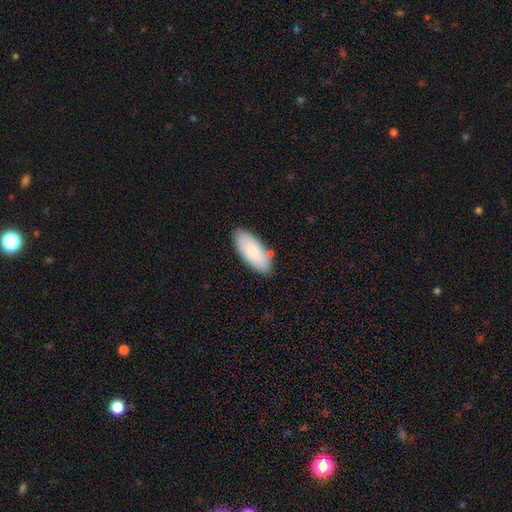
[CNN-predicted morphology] smooth 83%, featured or disk 11%, star or artifact 6%. Down the decision tree: how rounded — in between (86%); merging — none (78%).